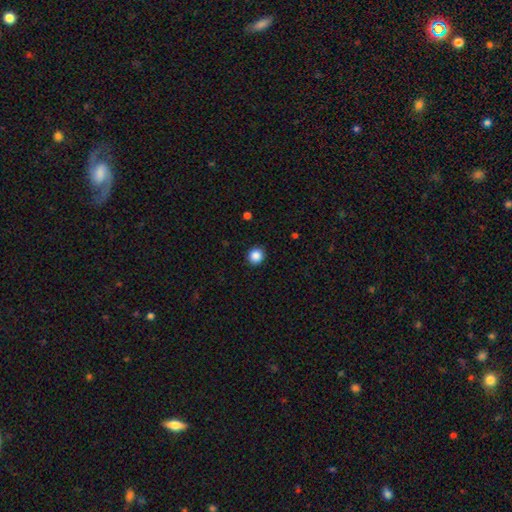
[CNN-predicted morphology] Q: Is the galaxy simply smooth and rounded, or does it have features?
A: smooth — 87%.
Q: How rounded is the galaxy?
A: round — 92%.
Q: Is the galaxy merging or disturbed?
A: none — 92%.